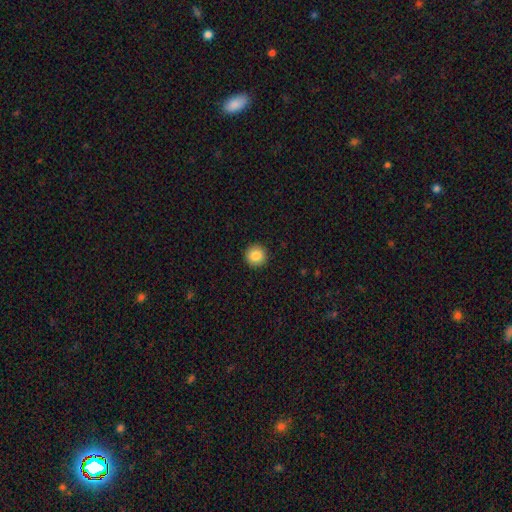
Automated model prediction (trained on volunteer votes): smooth_or_featured: smooth (p=0.86) [alt: star or artifact p=0.09]
how_rounded: round (p=0.95) [alt: in between p=0.04]
merging: none (p=0.93) [alt: minor disturbance p=0.04]